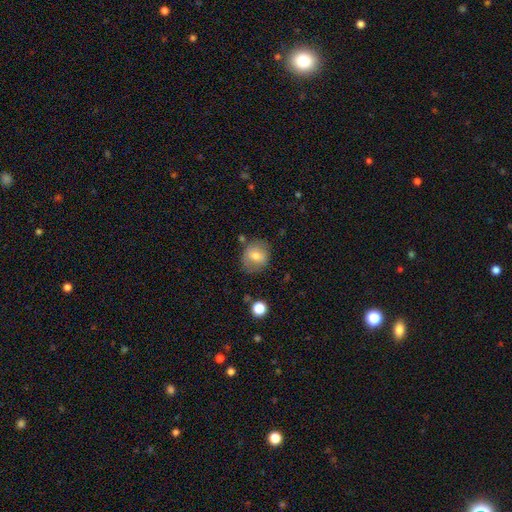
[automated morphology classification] A smooth galaxy with no disk features (71%) that is round (71%).

Vote fractions:
- Smooth or featured? smooth: 71% / featured or disk: 20% / star or artifact: 9%
- How rounded? round: 71% / in between: 28% / cigar-shaped: 1%
- Merging? none: 70% / minor disturbance: 19% / major disturbance: 6% / merger: 4%